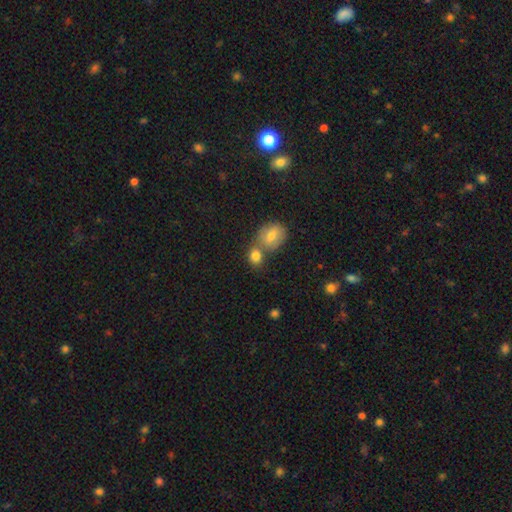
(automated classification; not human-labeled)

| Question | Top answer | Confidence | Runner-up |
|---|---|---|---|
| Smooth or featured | smooth | 81% | featured or disk (10%) |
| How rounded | round | 57% | in between (41%) |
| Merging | none | 45% | merger (43%) |